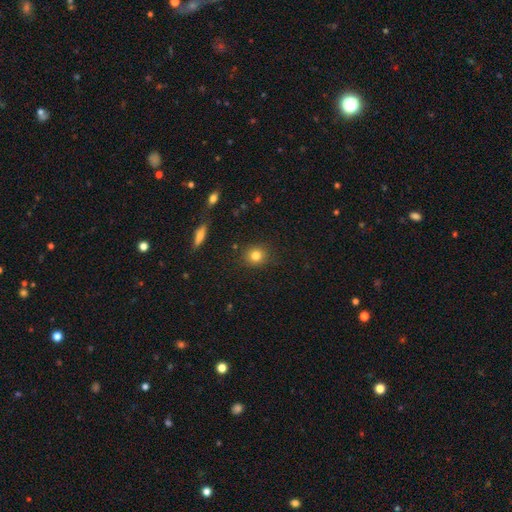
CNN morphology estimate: smooth 82%, star or artifact 11%, featured or disk 7%. Down the decision tree: how rounded — round (84%); merging — none (87%).